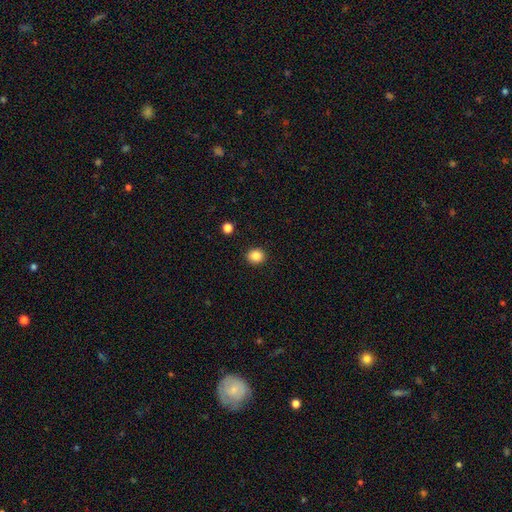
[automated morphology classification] Overall: smooth (87%). How rounded: round (76%). Merging: none (91%).